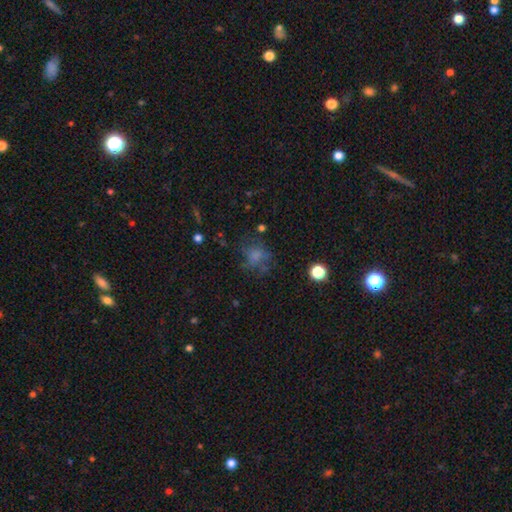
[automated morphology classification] A smooth galaxy with no disk features (60%) that is round (71%). Merging: none (55%).